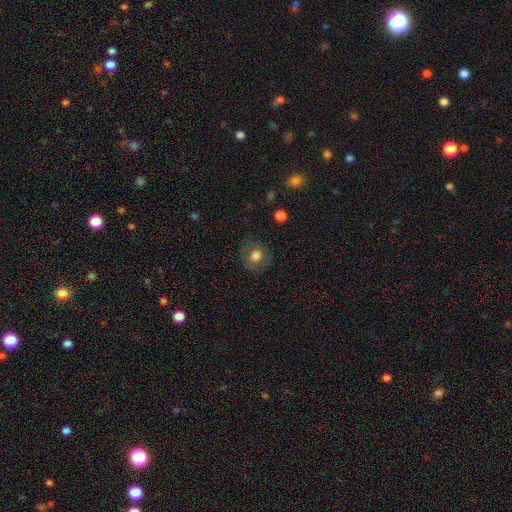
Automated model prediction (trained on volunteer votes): smooth-or-featured: smooth: 61% | featured or disk: 29% | star or artifact: 10%
  how-rounded: round: 83% | in between: 16% | cigar-shaped: 1%
  merging: none: 77% | minor disturbance: 14% | major disturbance: 7% | merger: 1%